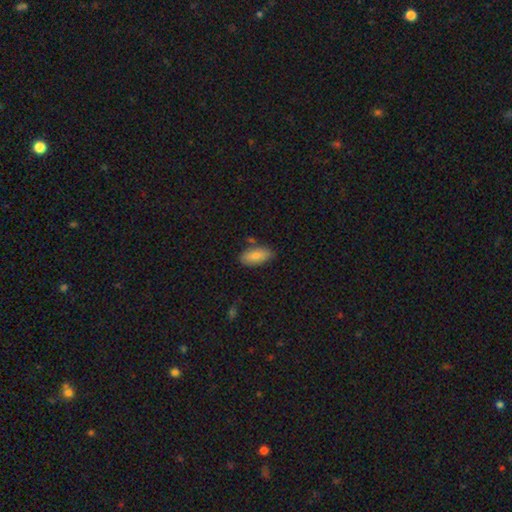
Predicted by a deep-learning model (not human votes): Smooth or featured: smooth — 82% (featured or disk — 11%)
How rounded: in between — 91% (cigar-shaped — 6%)
Merging: none — 74% (minor disturbance — 18%)